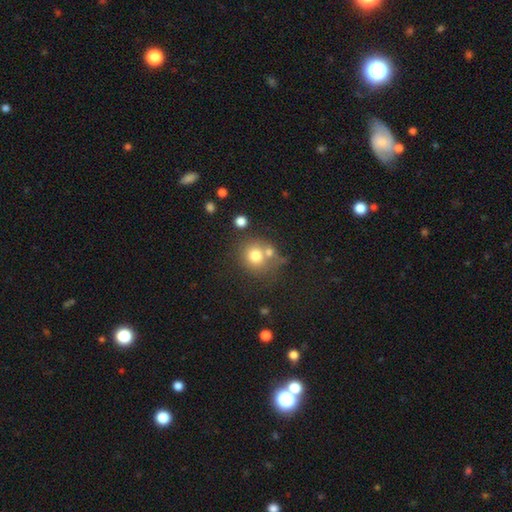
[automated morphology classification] Smooth or featured: smooth — 75% (star or artifact — 13%)
How rounded: round — 86% (in between — 13%)
Merging: none — 54% (merger — 29%)